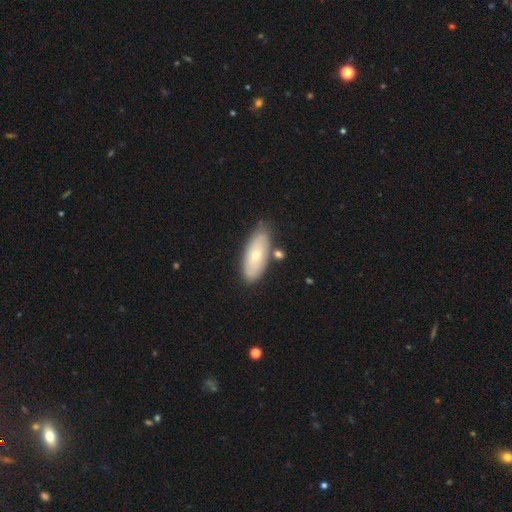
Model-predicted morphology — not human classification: Smooth or featured: smooth — 64% (featured or disk — 30%)
How rounded: in between — 79% (cigar-shaped — 19%)
Merging: none — 75% (minor disturbance — 16%)